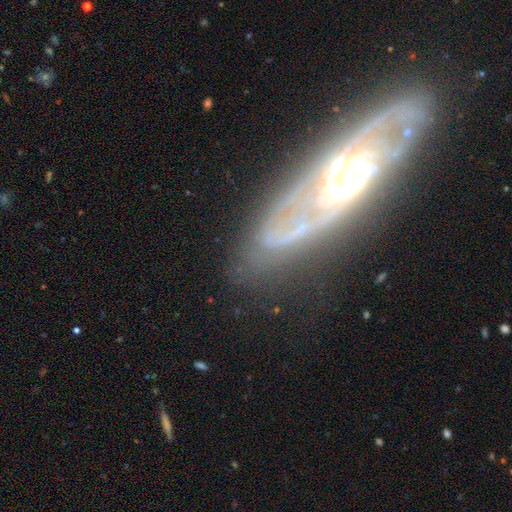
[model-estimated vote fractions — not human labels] This appears to be a featured or disk galaxy (71%) with no bar (63%), spiral arms (72%) and a moderate central bulge (49%). Merging: none (65%).